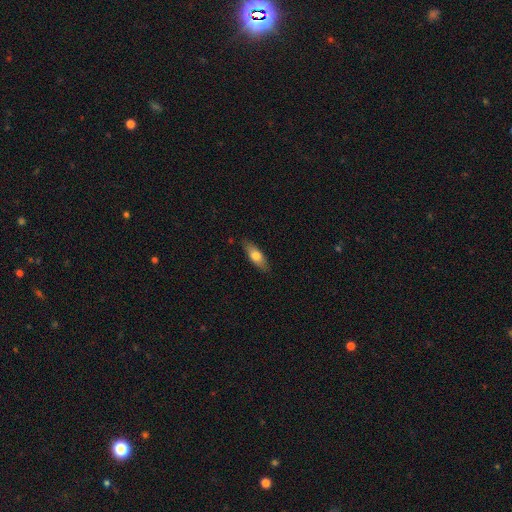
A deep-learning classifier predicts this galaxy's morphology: smooth_or_featured: smooth (p=0.67) [alt: featured or disk p=0.27]
how_rounded: in between (p=0.60) [alt: cigar-shaped p=0.37]
merging: none (p=0.85) [alt: minor disturbance p=0.12]